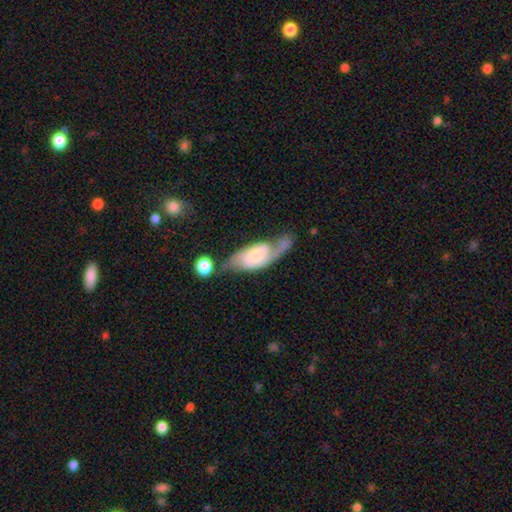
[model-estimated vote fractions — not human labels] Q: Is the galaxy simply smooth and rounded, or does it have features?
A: featured or disk — 71%.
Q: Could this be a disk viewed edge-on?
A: no — 90%.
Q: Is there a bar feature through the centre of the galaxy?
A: no — 58%.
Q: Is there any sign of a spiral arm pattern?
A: yes — 91%.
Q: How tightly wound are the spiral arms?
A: loose — 42%.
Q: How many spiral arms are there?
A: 2 — 77%.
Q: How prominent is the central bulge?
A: moderate — 37%.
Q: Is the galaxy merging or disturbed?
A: none — 45%.